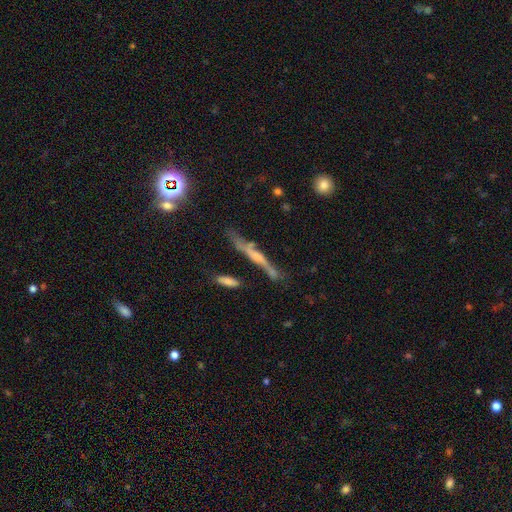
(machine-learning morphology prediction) Overall: featured or disk (58%; smooth 31%). Edge-on disk: yes (81%). Merging: none (51%; minor disturbance 23%).